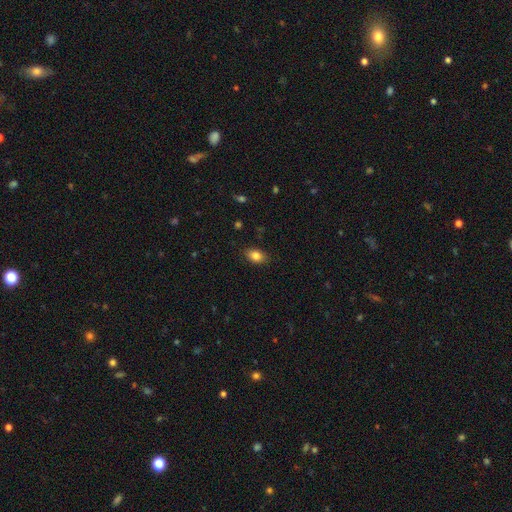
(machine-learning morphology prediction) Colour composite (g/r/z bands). It shows a smooth galaxy with no disk features (83%) that is in between round and cigar-shaped (85%). Merging: none (86%).